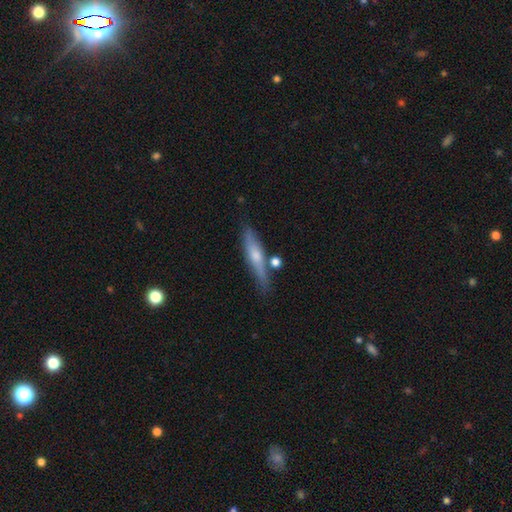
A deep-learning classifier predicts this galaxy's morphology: smooth_or_featured: smooth (p=0.51) [alt: featured or disk p=0.43]
how_rounded: cigar-shaped (p=0.83) [alt: in between p=0.15]
merging: none (p=0.72) [alt: minor disturbance p=0.16]